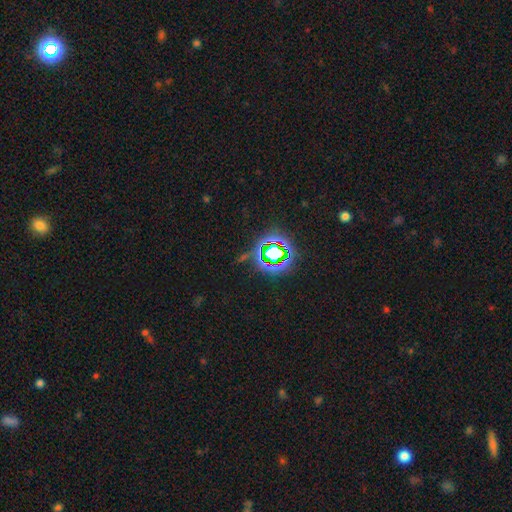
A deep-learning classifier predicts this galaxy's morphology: Smooth or featured? star or artifact (79%)